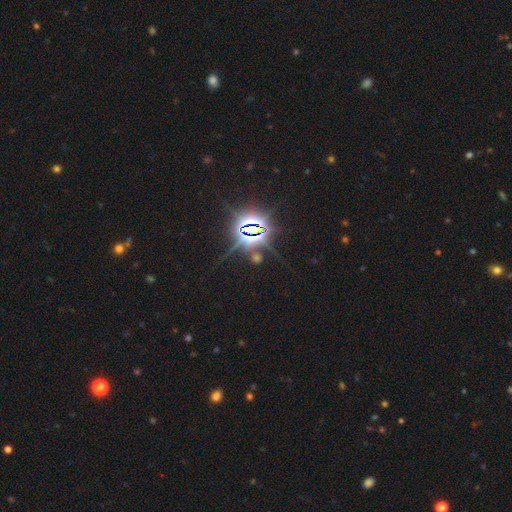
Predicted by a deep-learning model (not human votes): Smooth or featured?
  - star or artifact: 85% *
  - featured or disk: 8%
  - smooth: 7%